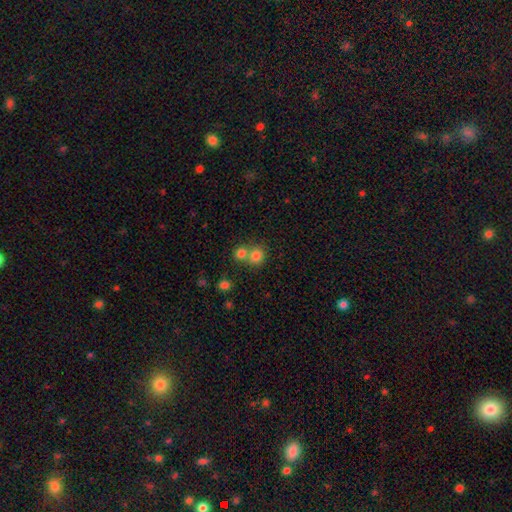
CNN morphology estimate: Smooth or featured: smooth — 80% (star or artifact — 13%)
How rounded: round — 85% (in between — 14%)
Merging: none — 51% (merger — 41%)